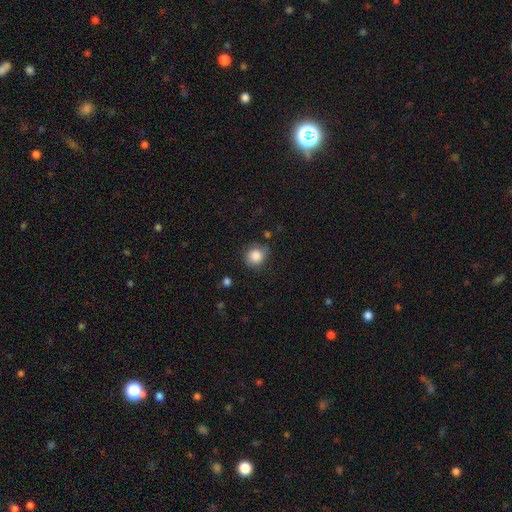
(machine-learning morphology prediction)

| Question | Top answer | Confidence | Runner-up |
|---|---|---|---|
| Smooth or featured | smooth | 86% | star or artifact (9%) |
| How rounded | round | 83% | in between (16%) |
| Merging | none | 74% | minor disturbance (19%) |